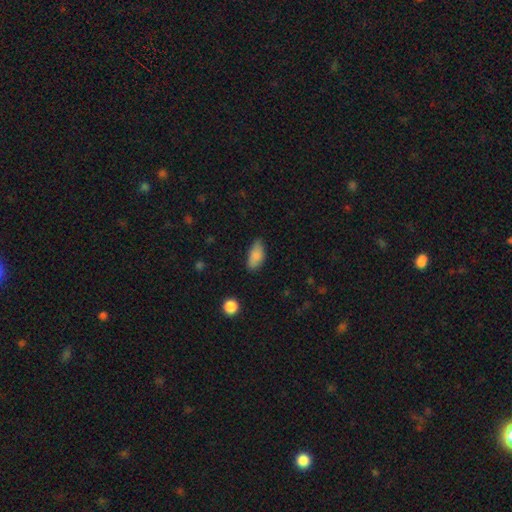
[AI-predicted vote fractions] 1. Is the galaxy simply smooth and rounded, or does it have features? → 85% smooth, 8% featured or disk, 7% star or artifact.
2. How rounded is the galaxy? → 89% in between, 8% cigar-shaped, 3% round.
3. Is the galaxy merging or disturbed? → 69% none, 25% minor disturbance, 4% major disturbance, 2% merger.